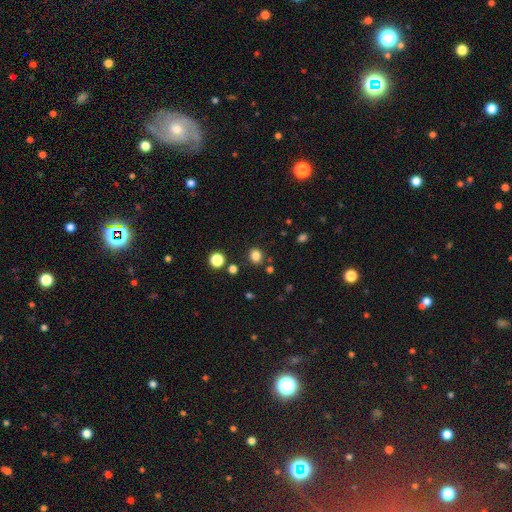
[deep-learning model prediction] Smooth or featured? smooth (82%)
How rounded? round (78%)
Merging? none (85%)